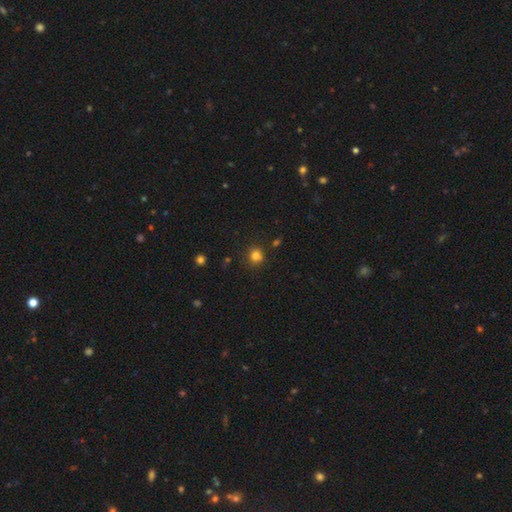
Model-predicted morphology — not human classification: type=smooth (81%); roundness=round (89%); merging=none (85%).